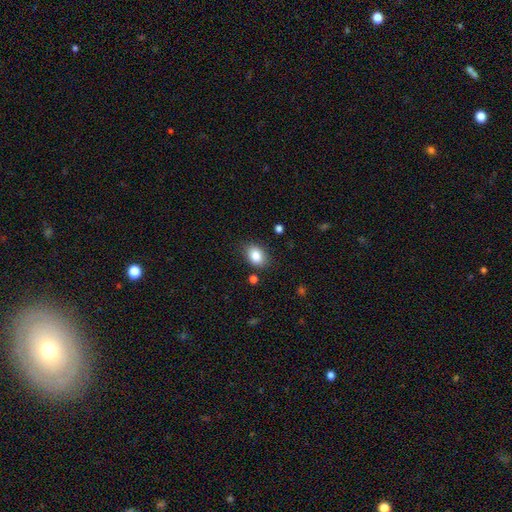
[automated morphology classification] smooth 86%, star or artifact 8%, featured or disk 6%. Down the decision tree: how rounded — in between (77%); merging — none (81%).